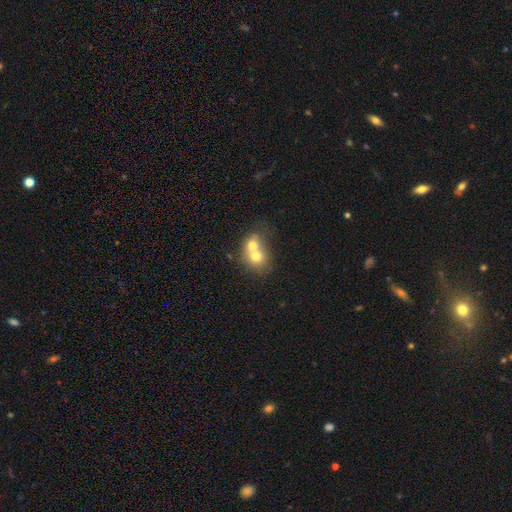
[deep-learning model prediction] This appears to be a smooth galaxy with no disk features (66%) that is round (62%). Merging: merger (74%).